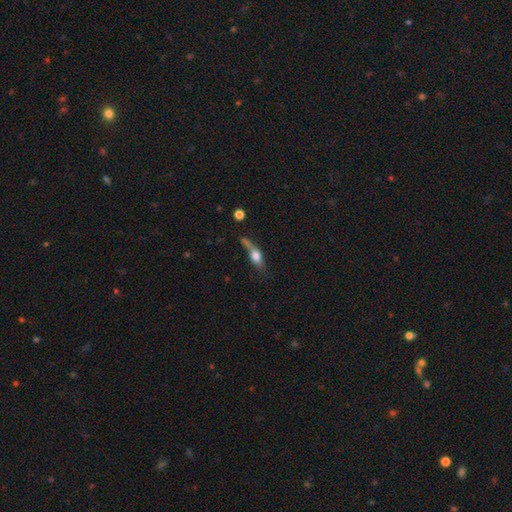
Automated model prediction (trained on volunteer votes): Smooth or featured: smooth — 58% (featured or disk — 33%)
How rounded: in between — 51% (cigar-shaped — 38%)
Merging: none — 38% (minor disturbance — 25%)